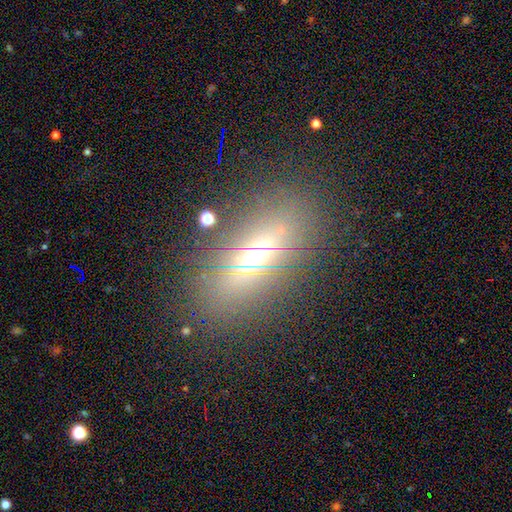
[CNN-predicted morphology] Smooth or featured? smooth (40%)
Merging? none (79%)